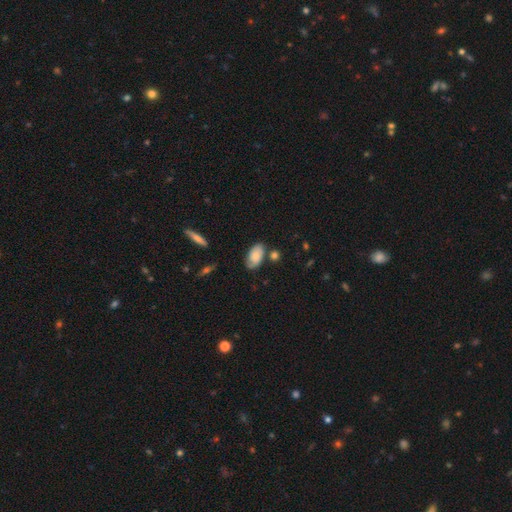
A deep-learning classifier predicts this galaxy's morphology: Smooth or featured?
  - smooth: 62% *
  - featured or disk: 30%
  - star or artifact: 8%
How rounded?
  - in between: 92% *
  - round: 5%
  - cigar-shaped: 3%
Merging?
  - none: 67% *
  - minor disturbance: 19%
  - merger: 9%
  - major disturbance: 5%